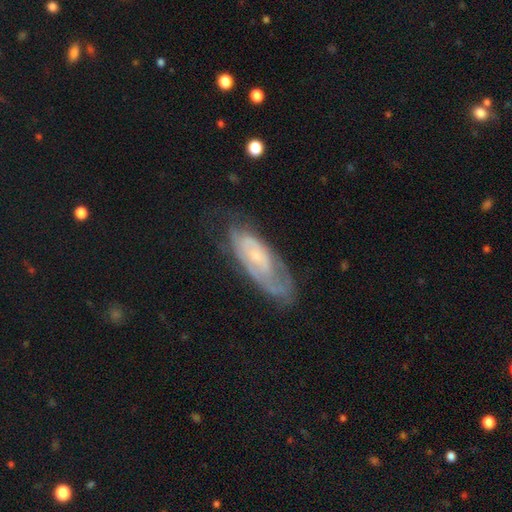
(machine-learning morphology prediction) Smooth or featured?
  - featured or disk: 67% *
  - smooth: 27%
  - star or artifact: 7%
Edge-on disk?
  - no: 87% *
  - yes: 13%
Bar?
  - no: 69% *
  - weak: 26%
  - strong: 5%
Spiral arms?
  - yes: 78% *
  - no: 22%
Bulge size?
  - small: 71% *
  - moderate: 18%
  - none: 8%
  - large: 2%
  - dominant: 1%
Merging?
  - none: 56% *
  - minor disturbance: 26%
  - major disturbance: 16%
  - merger: 2%